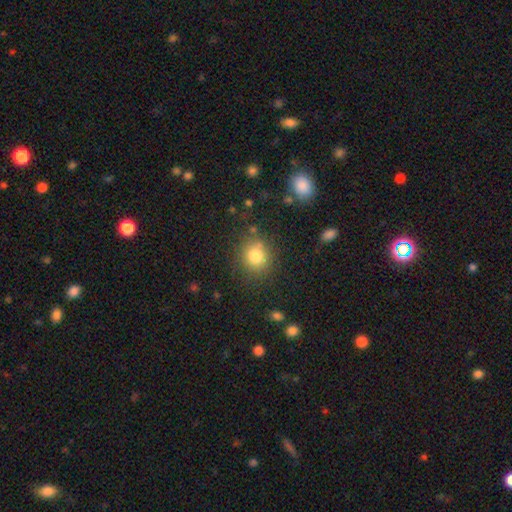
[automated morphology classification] A smooth galaxy with no disk features (80%) that is round (82%).

Vote fractions:
- Smooth or featured? smooth: 80% / star or artifact: 12% / featured or disk: 7%
- How rounded? round: 82% / in between: 17% / cigar-shaped: 1%
- Merging? none: 81% / minor disturbance: 11% / major disturbance: 4% / merger: 3%